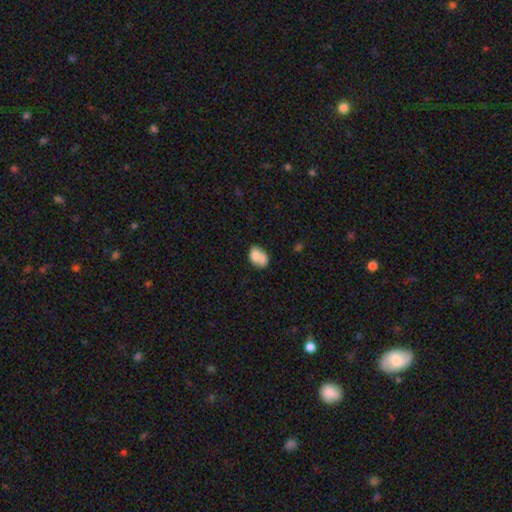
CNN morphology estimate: A smooth galaxy with no disk features (71%) that is in between round and cigar-shaped (73%).

Vote fractions:
- Smooth or featured? smooth: 71% / featured or disk: 21% / star or artifact: 8%
- How rounded? in between: 73% / round: 26% / cigar-shaped: 1%
- Merging? merger: 49% / none: 30% / minor disturbance: 15% / major disturbance: 6%